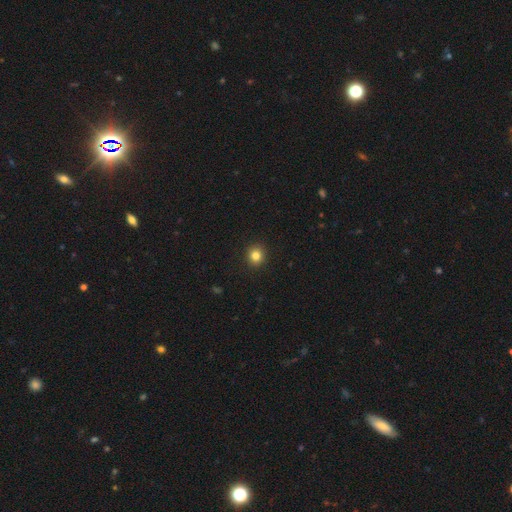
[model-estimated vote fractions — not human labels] A smooth galaxy with no disk features (83%) that is round (87%). Merging: none (92%).